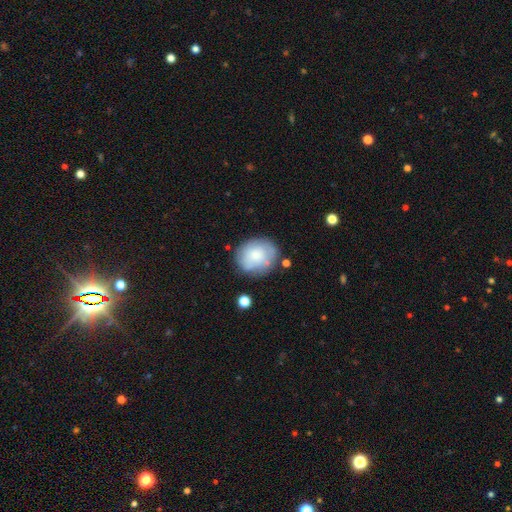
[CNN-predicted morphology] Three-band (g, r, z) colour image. It shows a smooth galaxy with no disk features (72%) that is round (65%). Merging: none (70%).